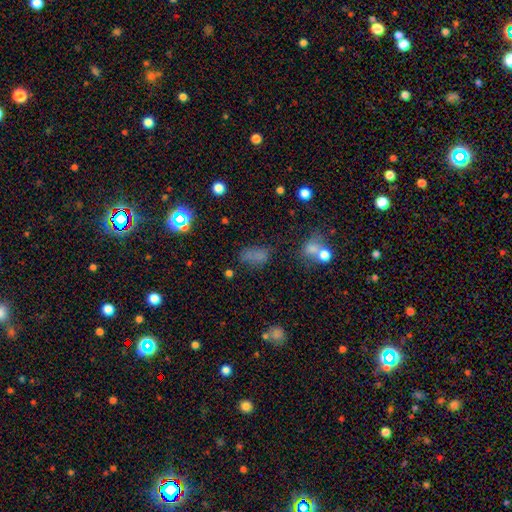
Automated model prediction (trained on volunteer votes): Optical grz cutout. It shows a smooth galaxy with no disk features (64%) that is in between round and cigar-shaped (80%). Merging: none (49%).